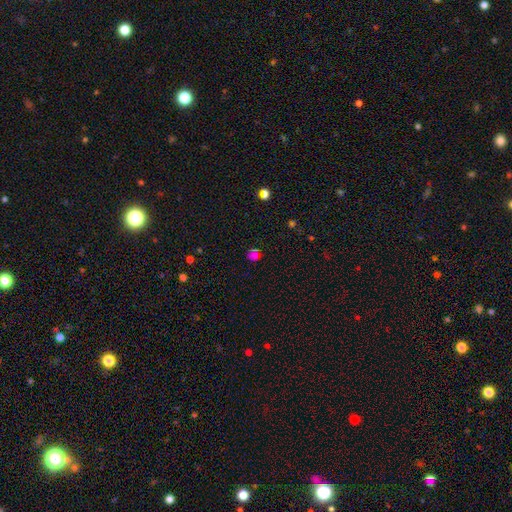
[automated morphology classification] Overall: smooth (51%; star or artifact 41%). How rounded: round (84%). Merging: none (74%).